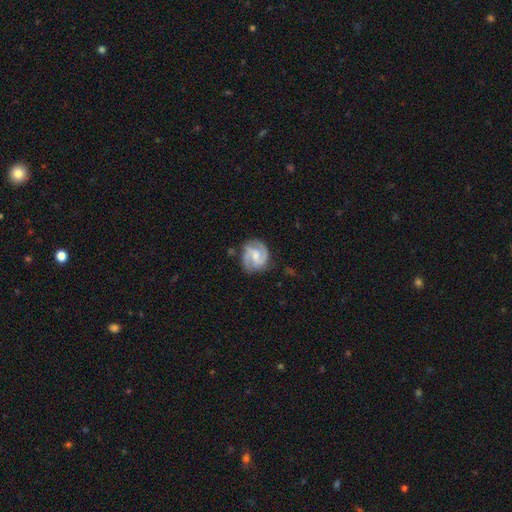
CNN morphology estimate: The model was most divided on "bulge size": small: 46%, moderate: 43%, none: 8%, large: 3%, dominant: 1%. More confident: edge-on disk — no (98%); spiral arms — yes (97%); smooth or featured — featured or disk (86%); spiral arm count — 2 (80%); merging — none (77%); spiral winding — medium (52%); bar — weak (51%).